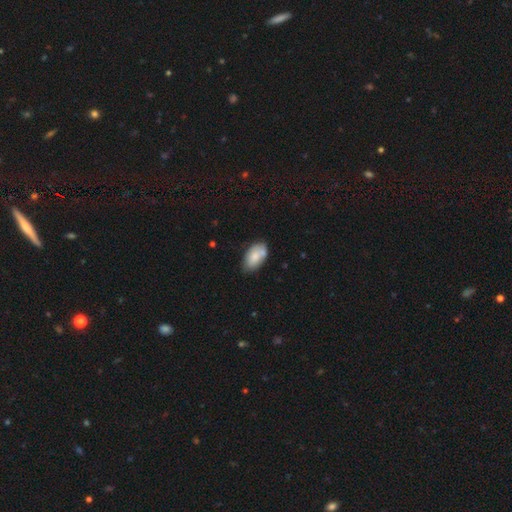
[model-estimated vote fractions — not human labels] smooth-or-featured: smooth: 75% | featured or disk: 19% | star or artifact: 7%
  how-rounded: in between: 94% | round: 5% | cigar-shaped: 2%
  merging: none: 59% | minor disturbance: 24% | merger: 12% | major disturbance: 5%